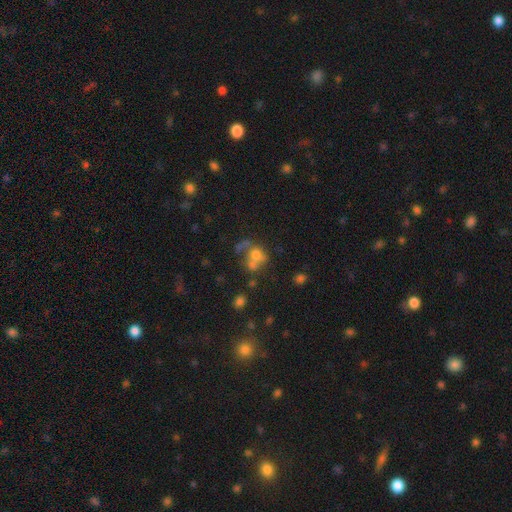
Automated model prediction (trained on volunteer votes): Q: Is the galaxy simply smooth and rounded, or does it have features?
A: smooth — 58%.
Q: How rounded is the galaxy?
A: round — 62%.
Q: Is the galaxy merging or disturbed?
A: merger — 45%.